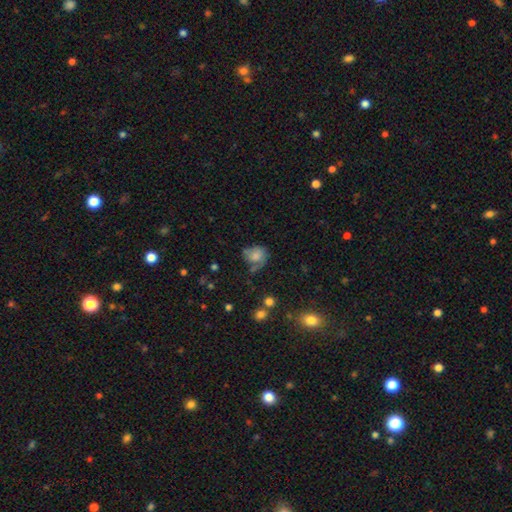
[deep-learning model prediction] This is likely a smooth galaxy (67%). How rounded: likely round (61%). Merging: marginally none (39%).